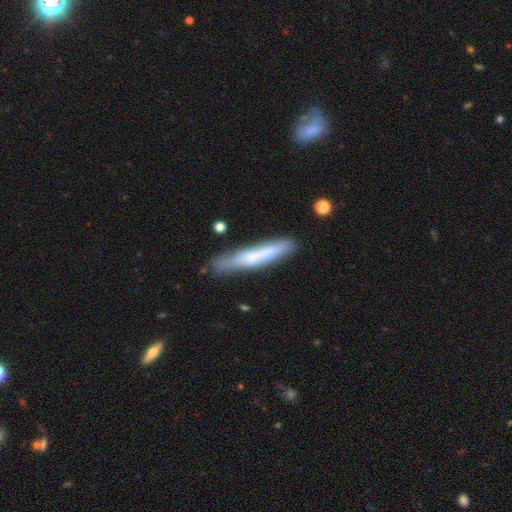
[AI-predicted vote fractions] Smooth or featured: smooth — 57% (featured or disk — 36%)
How rounded: cigar-shaped — 93% (in between — 6%)
Merging: none — 74% (minor disturbance — 19%)